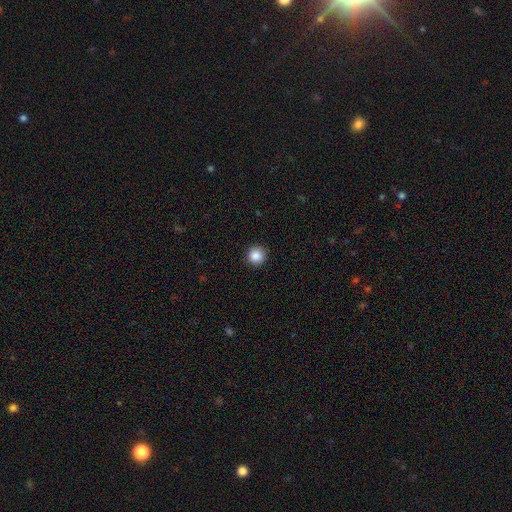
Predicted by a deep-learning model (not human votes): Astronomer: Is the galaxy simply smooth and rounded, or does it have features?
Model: smooth — 87%.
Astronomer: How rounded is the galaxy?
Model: round — 95%.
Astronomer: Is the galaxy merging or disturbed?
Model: none — 91%.